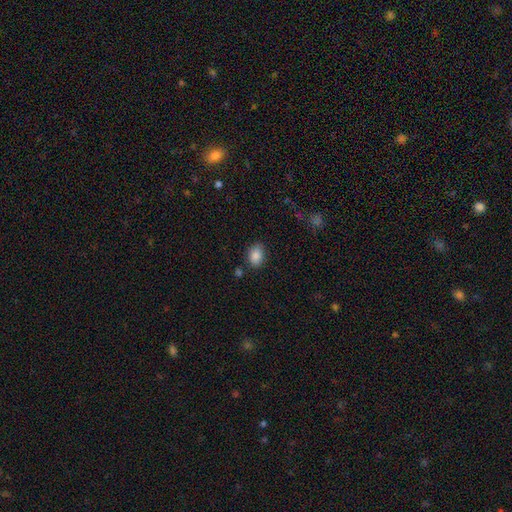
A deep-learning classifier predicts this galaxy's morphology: Smooth or featured?
  - smooth: 86% *
  - star or artifact: 8%
  - featured or disk: 5%
How rounded?
  - in between: 78% *
  - round: 21%
  - cigar-shaped: 1%
Merging?
  - none: 79% *
  - minor disturbance: 14%
  - merger: 3%
  - major disturbance: 3%